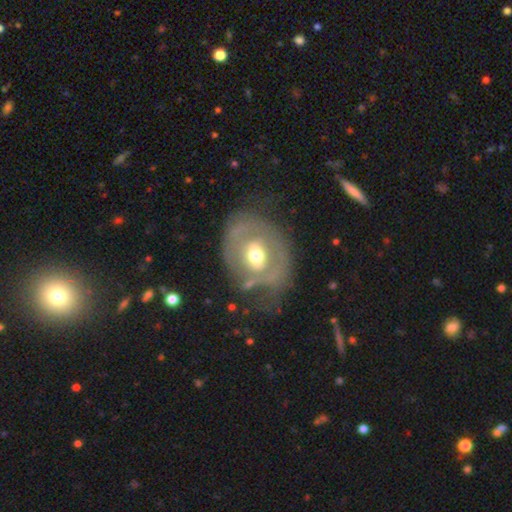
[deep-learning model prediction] Smooth or featured: featured or disk — 65% (smooth — 28%)
Edge-on disk: no — 94% (yes — 6%)
Bar: no — 43% (weak — 36%)
Spiral arms: no — 63% (yes — 37%)
Bulge size: moderate — 69% (small — 17%)
Merging: none — 50% (major disturbance — 23%)